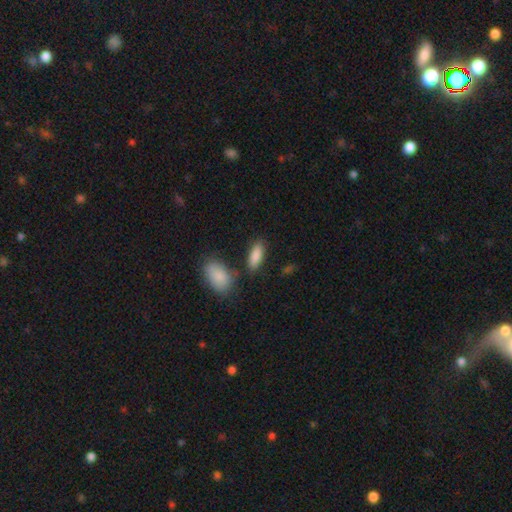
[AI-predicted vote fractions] Q: Smooth or featured?
A: smooth (88%); runner-up: star or artifact (6%)
Q: How rounded?
A: in between (76%); runner-up: cigar-shaped (21%)
Q: Merging?
A: none (75%); runner-up: minor disturbance (12%)